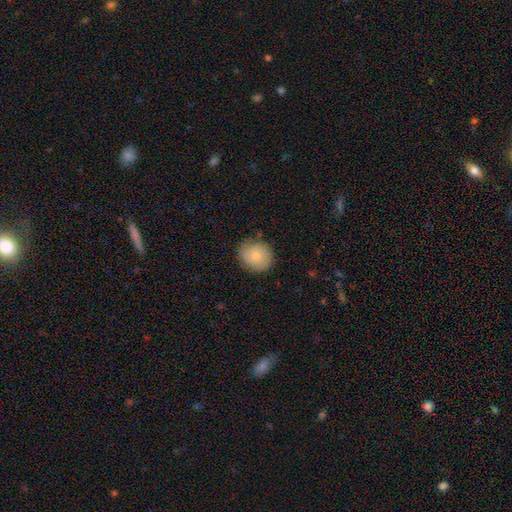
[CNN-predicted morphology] Overall: smooth (76%). How rounded: round (81%). Merging: none (77%).